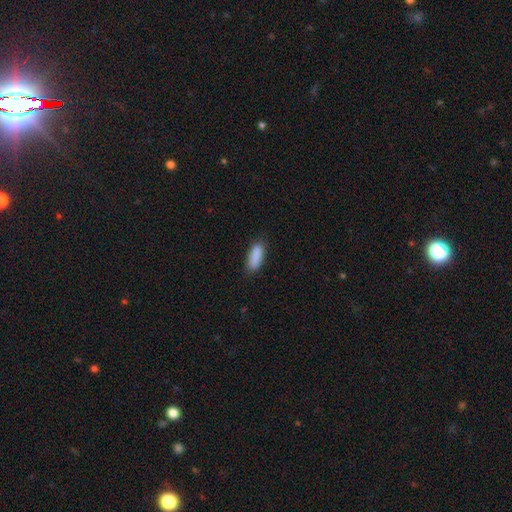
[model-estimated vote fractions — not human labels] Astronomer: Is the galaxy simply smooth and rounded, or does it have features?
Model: smooth — 89%.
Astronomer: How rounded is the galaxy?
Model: in between — 66%.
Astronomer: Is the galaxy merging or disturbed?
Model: none — 81%.